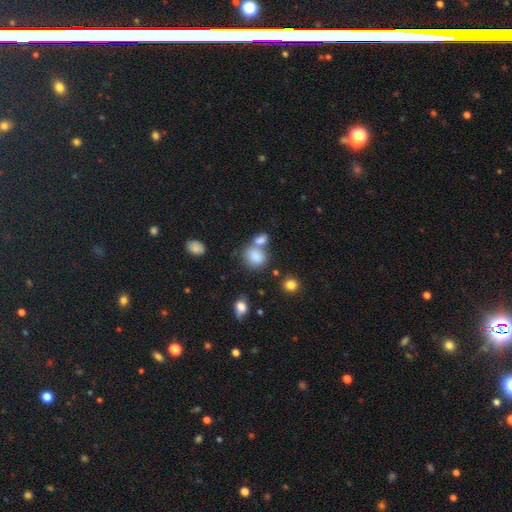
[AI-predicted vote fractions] Smooth or featured?
  - smooth: 82% *
  - star or artifact: 10%
  - featured or disk: 8%
How rounded?
  - round: 57% *
  - in between: 41%
  - cigar-shaped: 1%
Merging?
  - merger: 43% *
  - none: 41%
  - minor disturbance: 11%
  - major disturbance: 5%